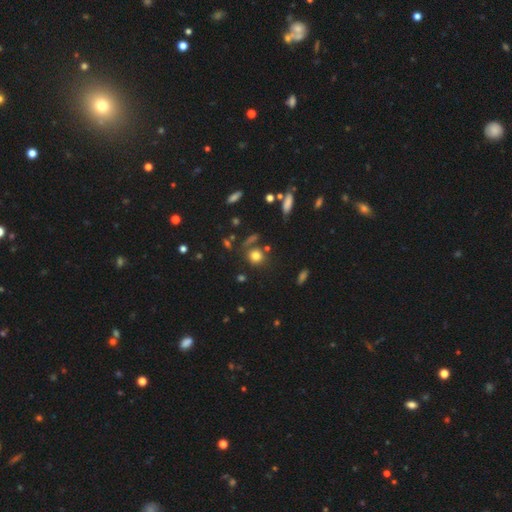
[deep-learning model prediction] Smooth or featured? smooth (78%)
How rounded? round (83%)
Merging? none (74%)